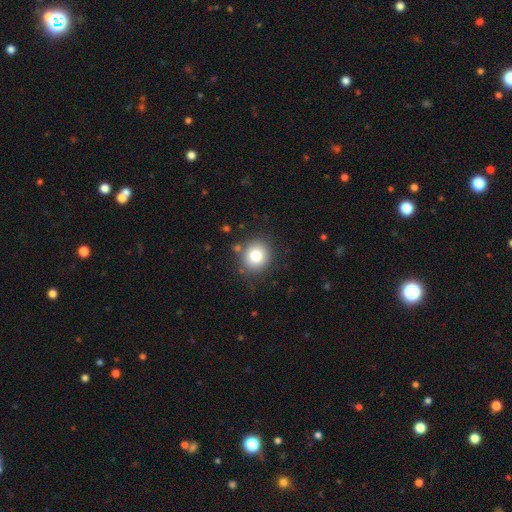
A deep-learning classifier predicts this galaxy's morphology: Smooth or featured: smooth — 81% (star or artifact — 11%)
How rounded: round — 85% (in between — 14%)
Merging: none — 84% (minor disturbance — 9%)